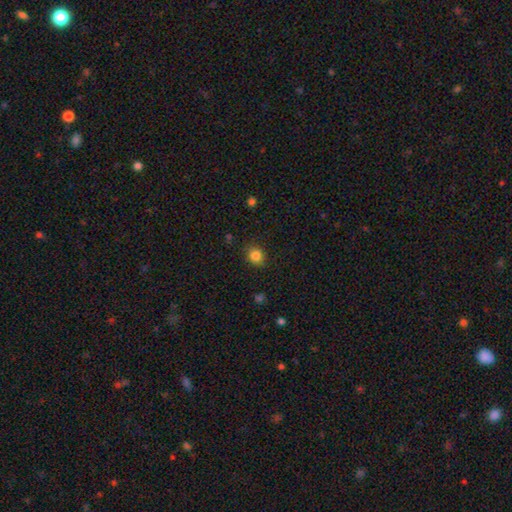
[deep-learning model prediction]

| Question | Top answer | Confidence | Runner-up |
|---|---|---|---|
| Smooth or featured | smooth | 84% | star or artifact (11%) |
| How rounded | round | 70% | in between (29%) |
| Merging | none | 85% | minor disturbance (11%) |